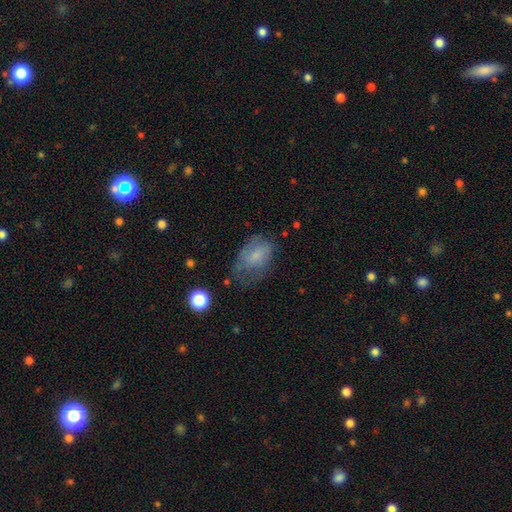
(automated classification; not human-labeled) The model was most divided on "merging": none: 41%, minor disturbance: 31%, major disturbance: 25%, merger: 2%. More confident: how rounded — in between (85%); smooth or featured — smooth (61%).